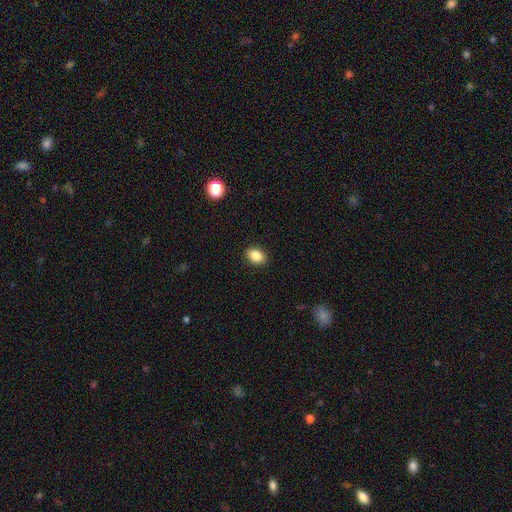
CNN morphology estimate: Smooth or featured? smooth (86%)
How rounded? in between (74%)
Merging? none (90%)